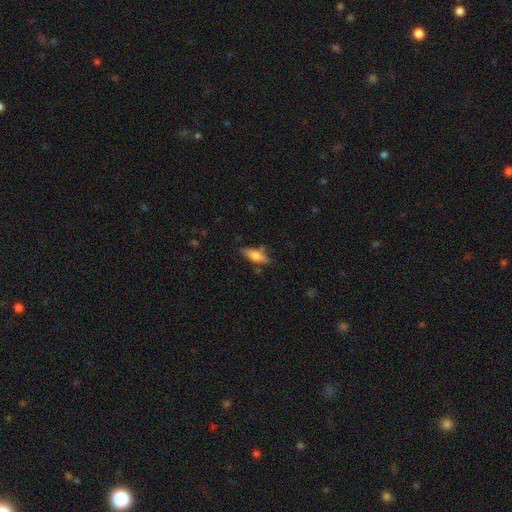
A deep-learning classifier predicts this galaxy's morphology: Smooth or featured?
  - smooth: 62% *
  - featured or disk: 31%
  - star or artifact: 7%
How rounded?
  - cigar-shaped: 52% *
  - in between: 45%
  - round: 2%
Merging?
  - none: 72% *
  - minor disturbance: 19%
  - merger: 5%
  - major disturbance: 4%